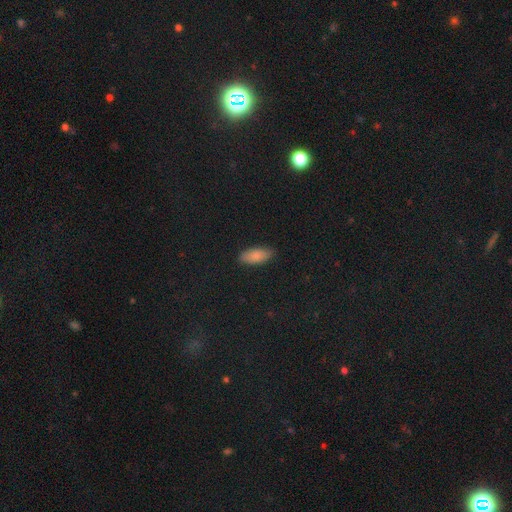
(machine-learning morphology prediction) A smooth galaxy with no disk features (86%) that is in between round and cigar-shaped (86%). Merging: none (87%).